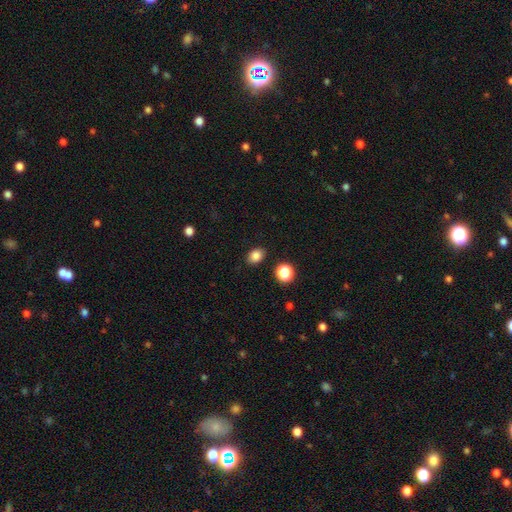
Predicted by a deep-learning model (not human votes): Q: Smooth or featured?
A: smooth (84%); runner-up: star or artifact (11%)
Q: How rounded?
A: in between (66%); runner-up: round (33%)
Q: Merging?
A: none (87%); runner-up: minor disturbance (8%)